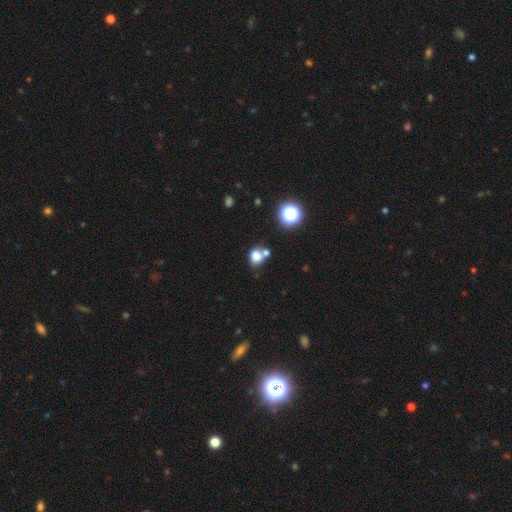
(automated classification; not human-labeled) Smooth or featured?
  - smooth: 75% *
  - star or artifact: 16%
  - featured or disk: 9%
How rounded?
  - round: 57% *
  - in between: 42%
  - cigar-shaped: 1%
Merging?
  - none: 49% *
  - merger: 34%
  - minor disturbance: 12%
  - major disturbance: 5%